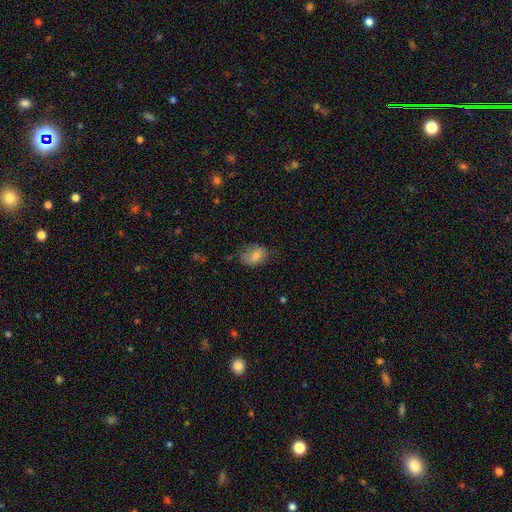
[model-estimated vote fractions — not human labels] smooth_or_featured: smooth (p=0.80) [alt: featured or disk p=0.11]
how_rounded: in between (p=0.78) [alt: round p=0.21]
merging: none (p=0.59) [alt: minor disturbance p=0.30]